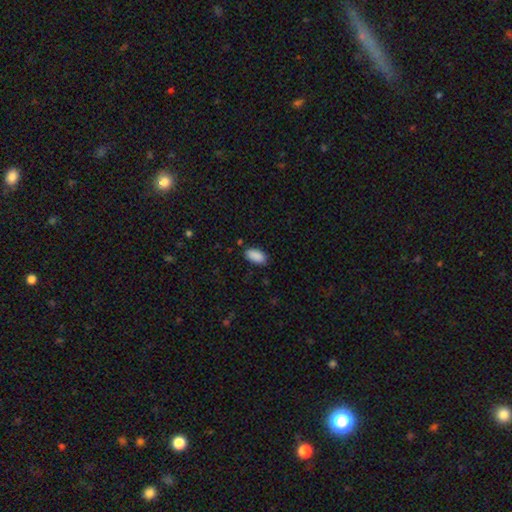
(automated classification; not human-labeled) Smooth or featured? smooth (90%)
How rounded? in between (93%)
Merging? none (84%)